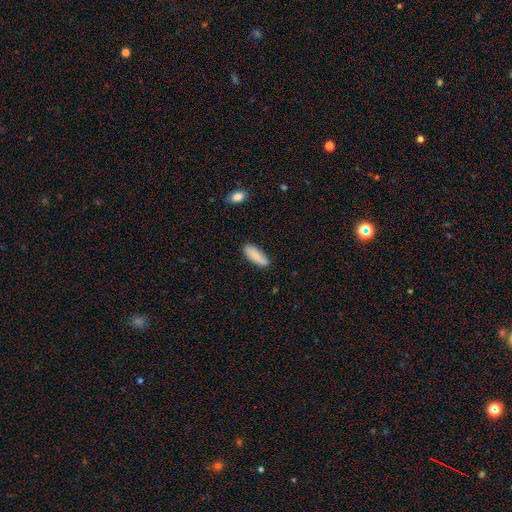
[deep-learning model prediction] Smooth or featured? smooth (82%)
How rounded? in between (66%)
Merging? none (78%)